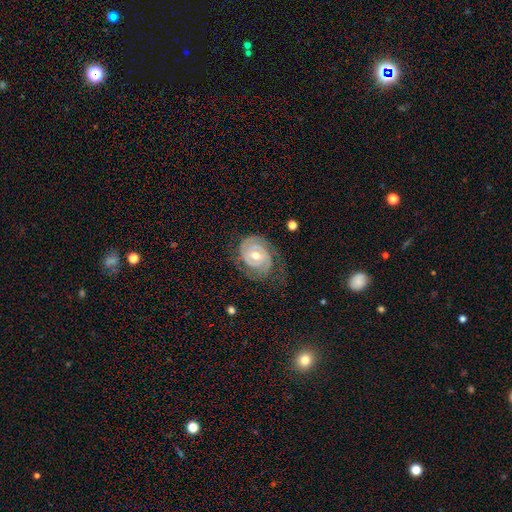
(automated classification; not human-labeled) featured or disk 86%, smooth 9%, star or artifact 5%. Down the decision tree: edge-on disk — no (97%); bar — no (46%); spiral arms — yes (95%); spiral arm count — 2 (61%); spiral winding — tight (73%); bulge size — moderate (68%); merging — none (68%).